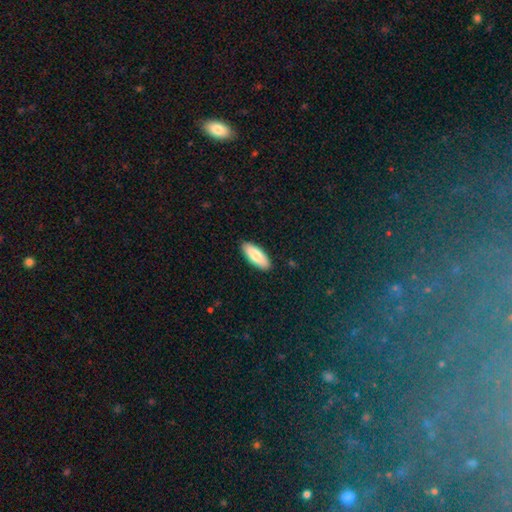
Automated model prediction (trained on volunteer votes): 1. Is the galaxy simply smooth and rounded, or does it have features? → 84% smooth, 11% featured or disk, 5% star or artifact.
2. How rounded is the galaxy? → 75% in between, 23% cigar-shaped, 2% round.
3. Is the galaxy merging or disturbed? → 90% none, 8% minor disturbance, 2% major disturbance, 1% merger.